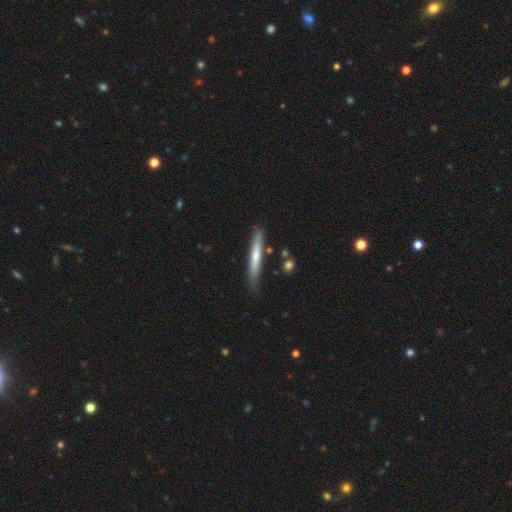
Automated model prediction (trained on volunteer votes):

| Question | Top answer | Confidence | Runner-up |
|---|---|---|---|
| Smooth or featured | featured or disk | 50% | smooth (44%) |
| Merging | none | 83% | minor disturbance (12%) |